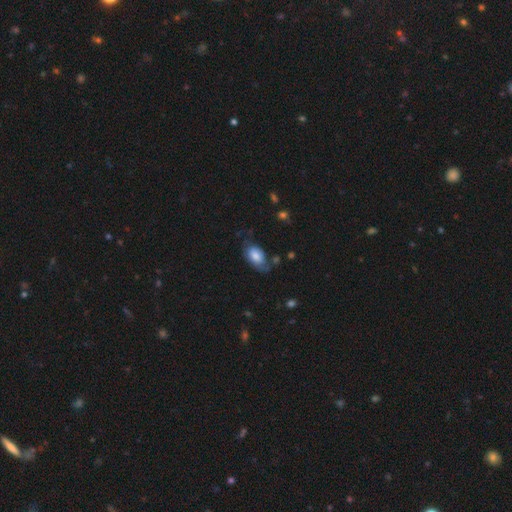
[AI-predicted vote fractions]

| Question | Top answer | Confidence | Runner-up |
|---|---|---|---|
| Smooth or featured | smooth | 70% | featured or disk (23%) |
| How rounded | in between | 92% | round (7%) |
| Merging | none | 50% | minor disturbance (32%) |